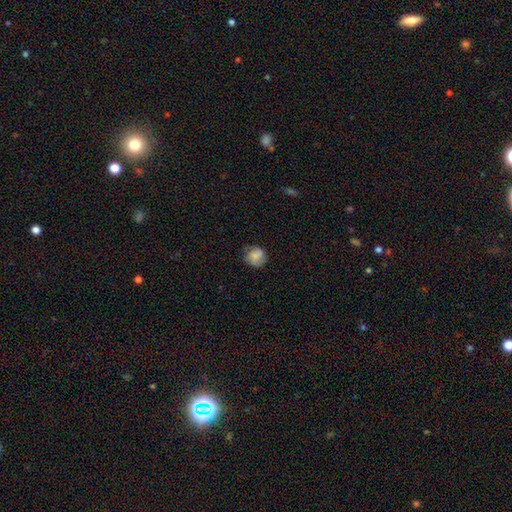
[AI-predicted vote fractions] Morphology: type=smooth (72%); roundness=round (84%); merging=none (72%).